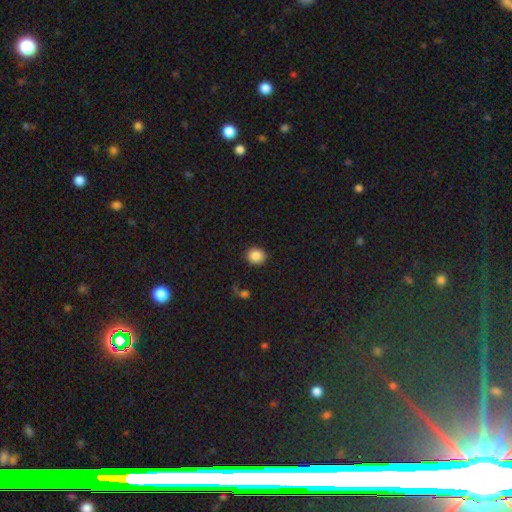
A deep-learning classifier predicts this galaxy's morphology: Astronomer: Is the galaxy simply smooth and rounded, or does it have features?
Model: smooth — 86%.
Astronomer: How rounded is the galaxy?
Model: round — 81%.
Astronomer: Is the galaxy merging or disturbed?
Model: none — 89%.